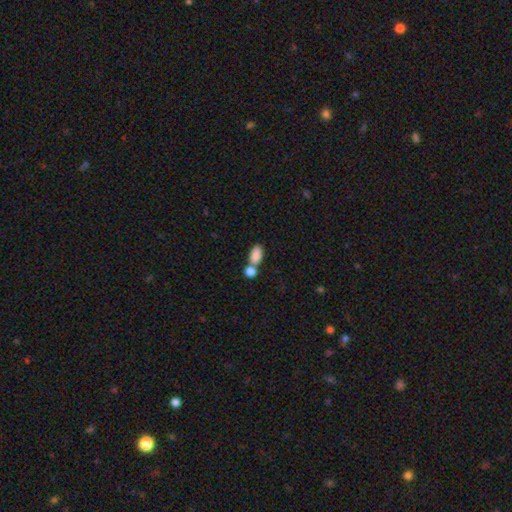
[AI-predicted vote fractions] Q: Smooth or featured?
A: smooth (86%); runner-up: star or artifact (8%)
Q: How rounded?
A: in between (90%); runner-up: round (6%)
Q: Merging?
A: none (44%); runner-up: merger (43%)